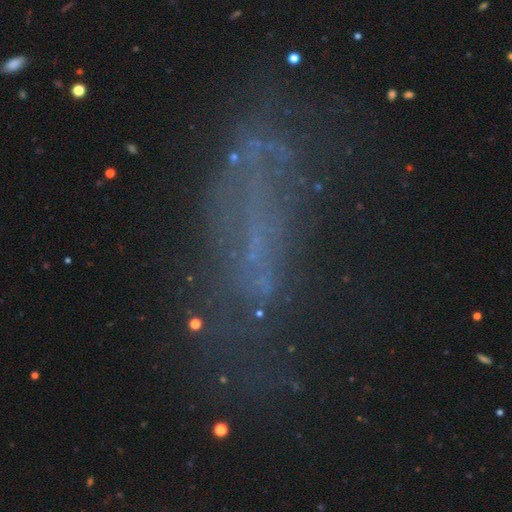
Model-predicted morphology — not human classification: Smooth or featured?
  - featured or disk: 44% *
  - star or artifact: 29%
  - smooth: 27%
Merging?
  - none: 44% *
  - major disturbance: 30%
  - minor disturbance: 21%
  - merger: 6%